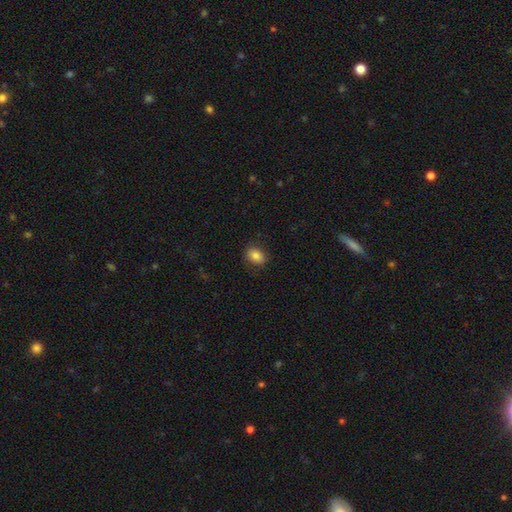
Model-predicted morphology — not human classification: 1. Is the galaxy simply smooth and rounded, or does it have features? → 83% smooth, 9% star or artifact, 8% featured or disk.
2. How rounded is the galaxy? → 74% in between, 25% round, 1% cigar-shaped.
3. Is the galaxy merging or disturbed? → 83% none, 13% minor disturbance, 3% major disturbance, 1% merger.